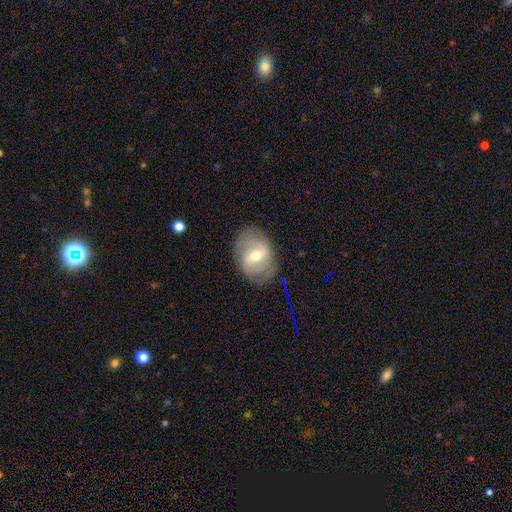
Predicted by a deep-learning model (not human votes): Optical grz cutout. It shows a featured or disk galaxy (53%). Merging: none (78%).